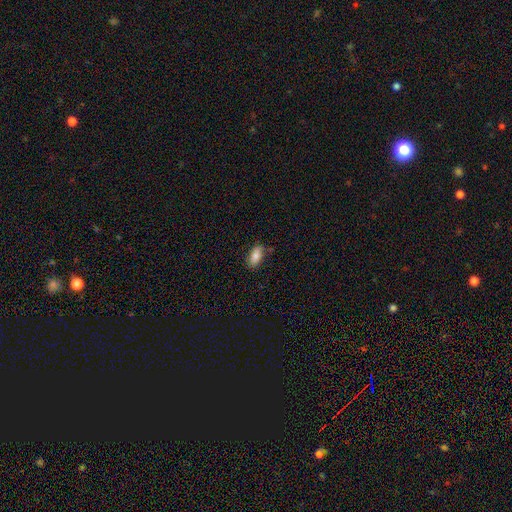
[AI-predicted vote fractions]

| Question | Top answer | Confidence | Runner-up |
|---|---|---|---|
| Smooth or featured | smooth | 83% | featured or disk (10%) |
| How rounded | in between | 87% | cigar-shaped (11%) |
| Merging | none | 79% | minor disturbance (16%) |